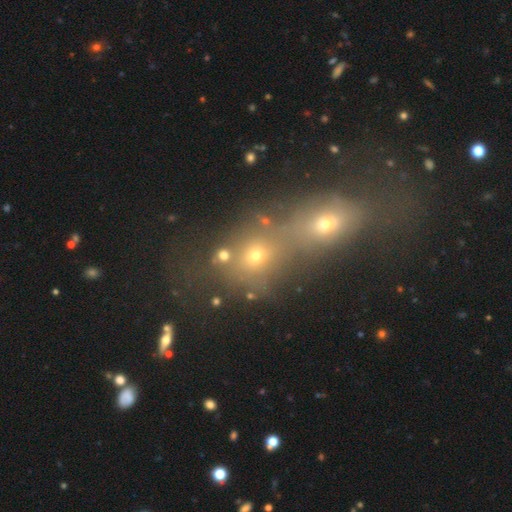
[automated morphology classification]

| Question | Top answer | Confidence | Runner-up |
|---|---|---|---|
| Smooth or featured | smooth | 62% | star or artifact (23%) |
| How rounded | round | 67% | in between (31%) |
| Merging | merger | 57% | none (31%) |